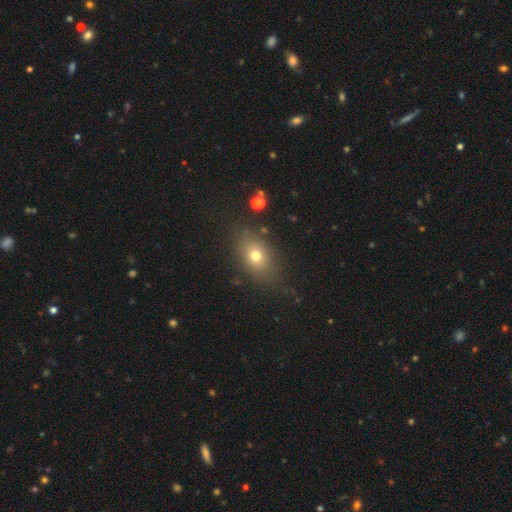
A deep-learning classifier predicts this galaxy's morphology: Smooth or featured? Predicted: smooth (p=0.71). How rounded? Predicted: in between (p=0.72). Merging? Predicted: none (p=0.79).